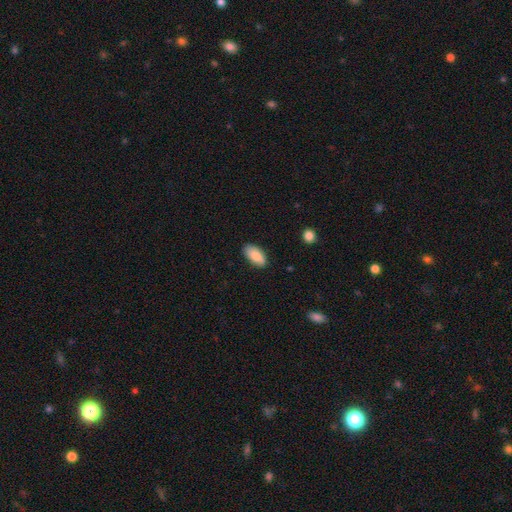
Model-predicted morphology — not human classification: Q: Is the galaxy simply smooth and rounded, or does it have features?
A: smooth — 86%.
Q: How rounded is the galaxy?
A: in between — 92%.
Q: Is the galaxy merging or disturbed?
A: none — 84%.